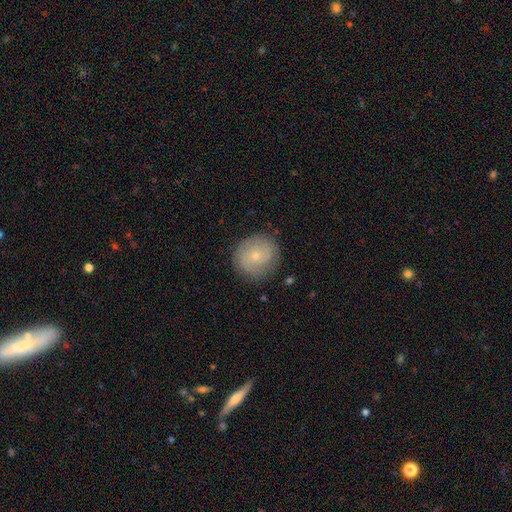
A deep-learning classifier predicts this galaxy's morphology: Smooth or featured? Predicted: featured or disk (p=0.50). Edge-on disk? Predicted: no (p=0.97). Merging? Predicted: none (p=0.81).